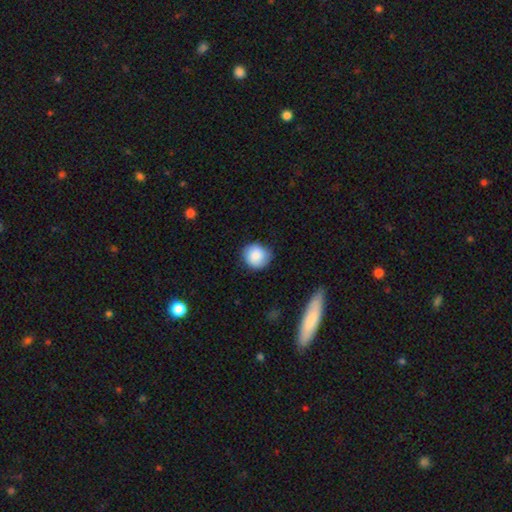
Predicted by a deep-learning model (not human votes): Overall: smooth (86%). How rounded: round (88%). Merging: none (79%).